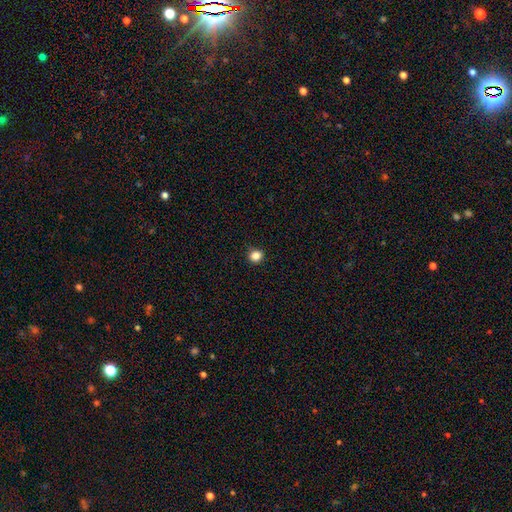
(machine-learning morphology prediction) smooth 85%, star or artifact 11%, featured or disk 3%. Down the decision tree: how rounded — round (80%); merging — none (89%).